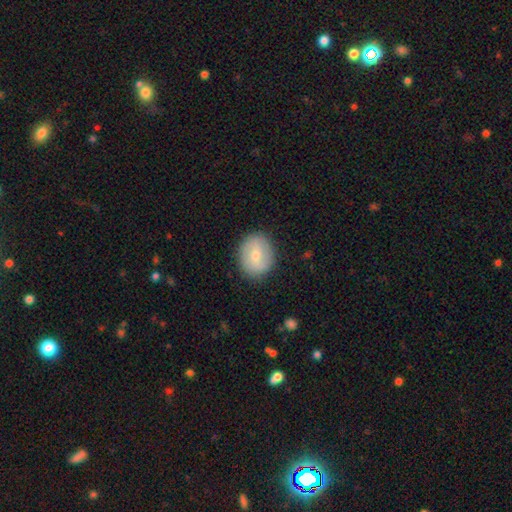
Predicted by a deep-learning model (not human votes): Morphology: type=smooth (55%); roundness=round (61%); merging=none (85%).